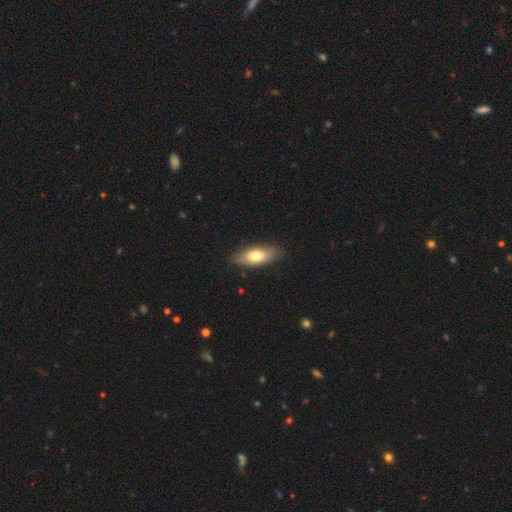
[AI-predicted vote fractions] Smooth or featured? Predicted: smooth (p=0.71). How rounded? Predicted: in between (p=0.80). Merging? Predicted: none (p=0.83).